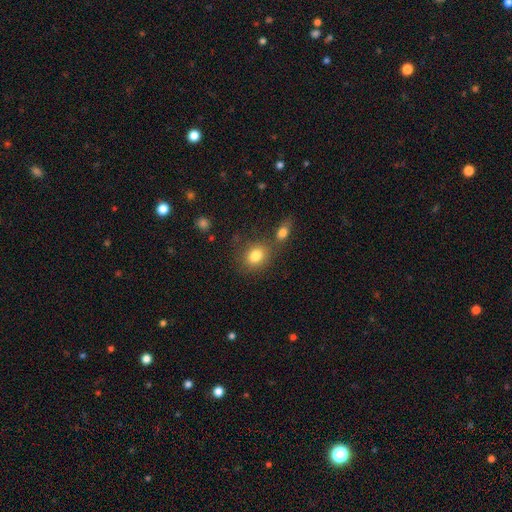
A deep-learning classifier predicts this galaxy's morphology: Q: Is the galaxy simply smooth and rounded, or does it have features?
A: smooth — 82%.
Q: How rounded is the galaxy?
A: round — 56%.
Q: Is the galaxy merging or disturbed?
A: none — 66%.